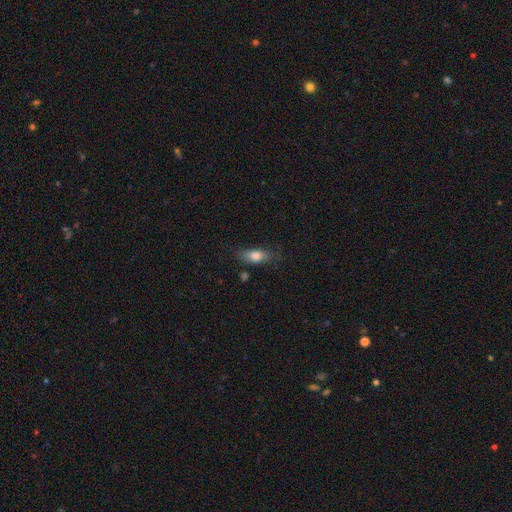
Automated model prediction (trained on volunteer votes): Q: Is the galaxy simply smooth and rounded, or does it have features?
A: smooth — 77%.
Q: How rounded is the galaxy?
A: in between — 78%.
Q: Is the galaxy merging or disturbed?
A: none — 73%.